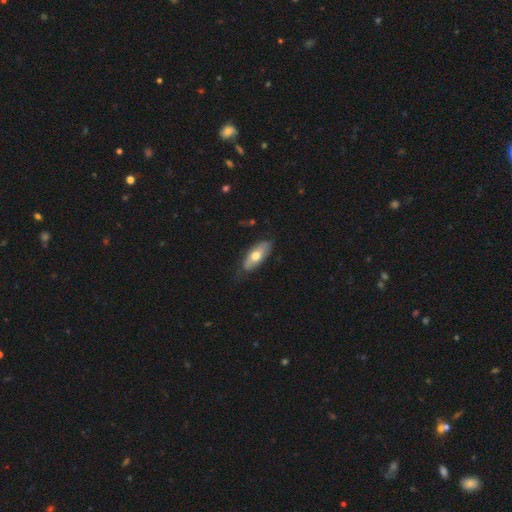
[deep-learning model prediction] Smooth or featured: smooth — 62% (featured or disk — 33%)
How rounded: in between — 81% (cigar-shaped — 16%)
Merging: none — 76% (minor disturbance — 19%)